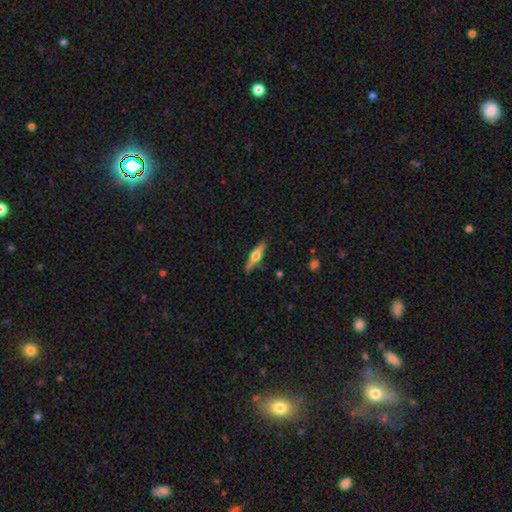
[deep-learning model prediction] A featured or disk galaxy (59%) viewed edge-on (96%) with a rounded central bulge (90%).

Vote fractions:
- Smooth or featured? featured or disk: 59% / smooth: 35% / star or artifact: 6%
- Edge-on disk? yes: 96% / no: 4%
- Edge-on bulge? rounded: 90% / boxy: 7% / none: 3%
- Merging? none: 84% / minor disturbance: 12% / major disturbance: 2% / merger: 2%